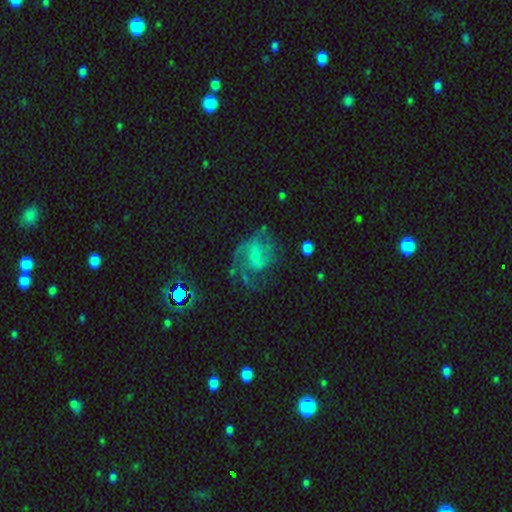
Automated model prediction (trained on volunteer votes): This is likely a featured or disk galaxy (73%). It is clearly not viewed edge-on (98%). Bar: possibly weak (48%). Spiral arm pattern: clearly yes (88%). Spiral arm count: marginally 2 (35%). Spiral winding: possibly medium (49%). Central bulge: likely small (62%). Merging: possibly none (51%).